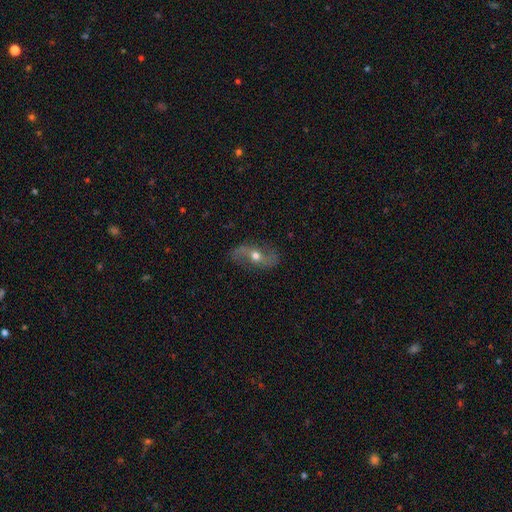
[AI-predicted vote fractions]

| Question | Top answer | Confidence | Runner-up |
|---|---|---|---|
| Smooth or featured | featured or disk | 75% | smooth (18%) |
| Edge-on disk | no | 86% | yes (14%) |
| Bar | no | 51% | weak (28%) |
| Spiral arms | yes | 84% | no (16%) |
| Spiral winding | loose | 80% | medium (15%) |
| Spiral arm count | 2 | 93% | can't tell (3%) |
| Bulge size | moderate | 74% | small (15%) |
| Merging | none | 78% | minor disturbance (15%) |